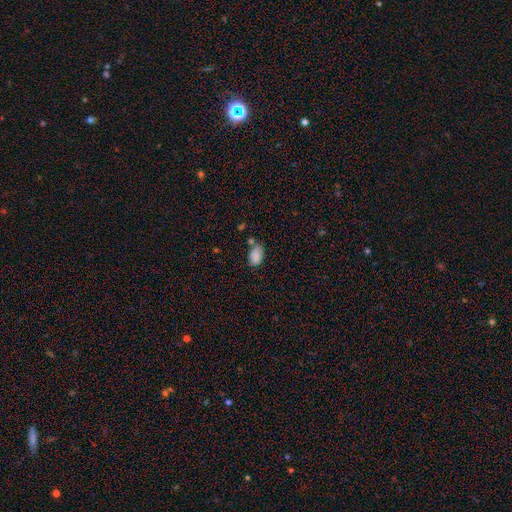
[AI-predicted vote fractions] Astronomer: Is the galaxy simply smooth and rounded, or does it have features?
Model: smooth — 86%.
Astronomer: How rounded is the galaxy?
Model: in between — 91%.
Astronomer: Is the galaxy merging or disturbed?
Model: none — 59%.